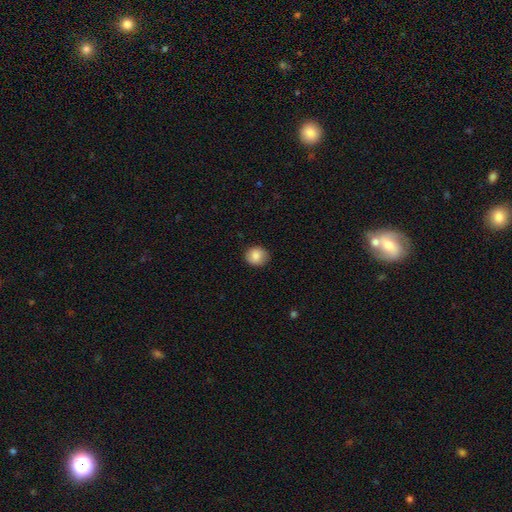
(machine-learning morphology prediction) Q: Smooth or featured?
A: smooth (85%); runner-up: star or artifact (8%)
Q: How rounded?
A: round (77%); runner-up: in between (22%)
Q: Merging?
A: none (86%); runner-up: minor disturbance (11%)